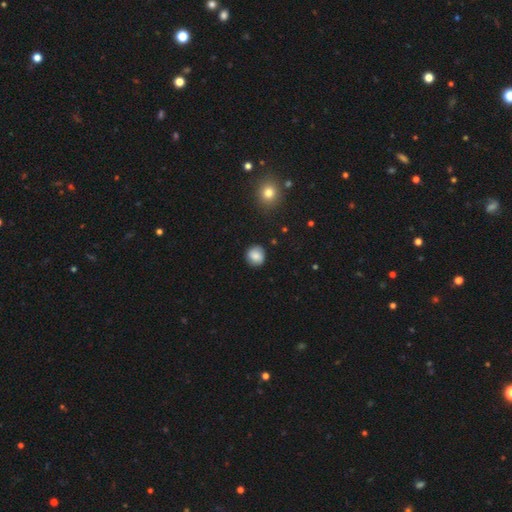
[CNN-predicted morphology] smooth 83%, star or artifact 9%, featured or disk 8%. Down the decision tree: how rounded — round (88%); merging — none (87%).